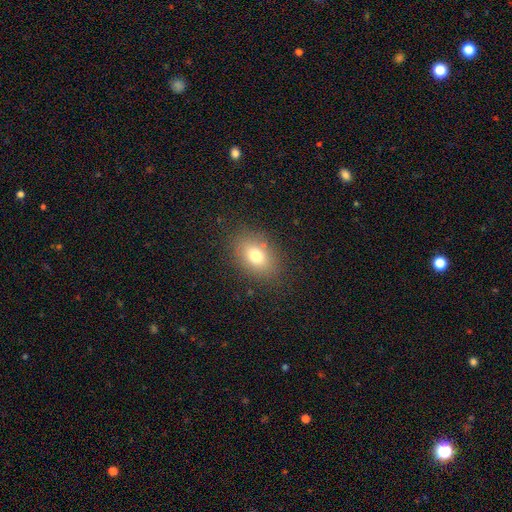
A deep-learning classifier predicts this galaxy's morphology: This appears to be a smooth galaxy with no disk features (75%) that is in between round and cigar-shaped (75%). Merging: none (83%).